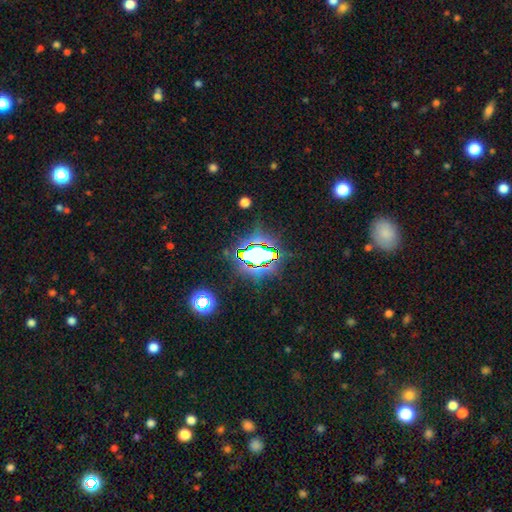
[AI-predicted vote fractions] smooth-or-featured: star or artifact: 68% | smooth: 19% | featured or disk: 12%